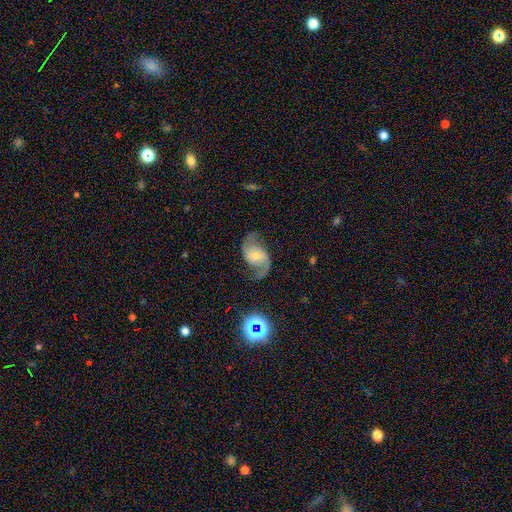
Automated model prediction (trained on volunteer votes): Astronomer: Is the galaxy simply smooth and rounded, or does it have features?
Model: featured or disk — 83%.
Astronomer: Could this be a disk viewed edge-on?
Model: no — 98%.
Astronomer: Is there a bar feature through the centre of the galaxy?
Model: weak — 45% (runner-up: no, 39%).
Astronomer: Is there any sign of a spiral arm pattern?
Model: yes — 96%.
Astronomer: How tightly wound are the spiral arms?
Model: loose — 57% (runner-up: medium, 35%).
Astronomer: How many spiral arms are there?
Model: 2 — 91%.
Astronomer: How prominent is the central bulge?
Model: small — 47% (runner-up: moderate, 42%).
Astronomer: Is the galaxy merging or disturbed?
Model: none — 70%.